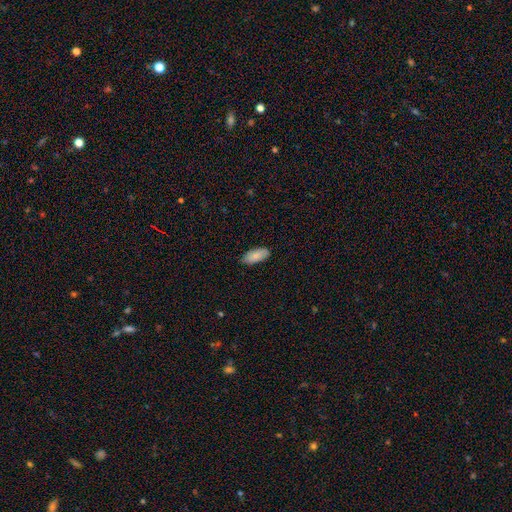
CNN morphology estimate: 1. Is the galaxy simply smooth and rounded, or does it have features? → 82% smooth, 12% featured or disk, 6% star or artifact.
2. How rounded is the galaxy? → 91% in between, 7% cigar-shaped, 2% round.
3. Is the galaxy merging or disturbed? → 85% none, 12% minor disturbance, 2% major disturbance, 1% merger.